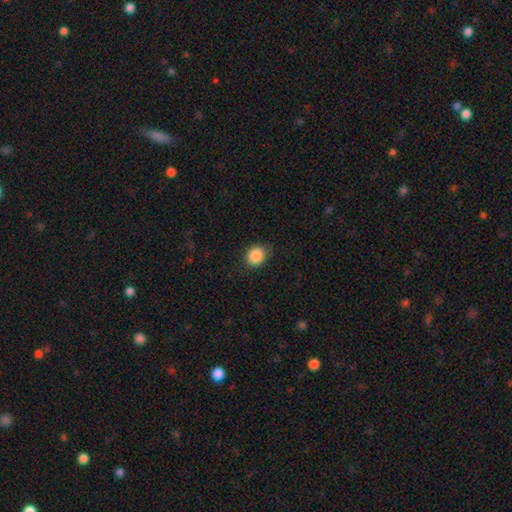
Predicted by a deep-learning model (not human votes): This is clearly a smooth galaxy (88%). How rounded: likely round (66%). Merging: clearly none (84%).